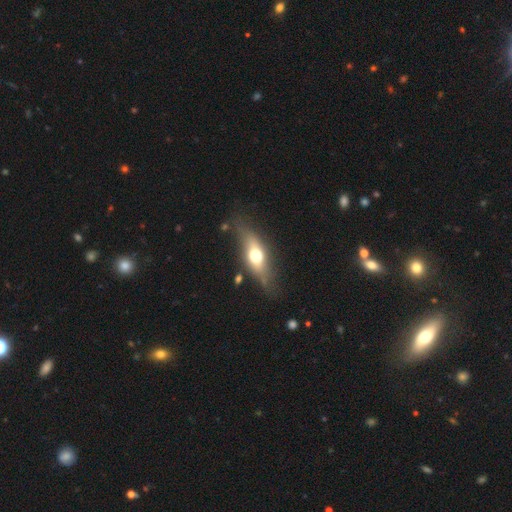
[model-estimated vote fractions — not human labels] This appears to be a featured or disk galaxy (48%). Merging: none (73%).